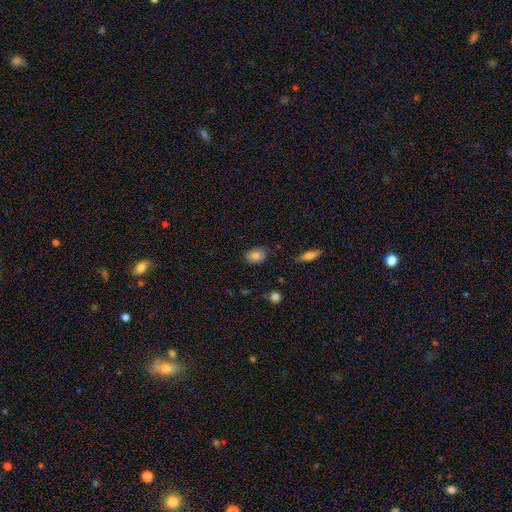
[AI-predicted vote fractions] Smooth or featured: smooth — 83% (featured or disk — 9%)
How rounded: in between — 82% (round — 16%)
Merging: none — 80% (minor disturbance — 16%)